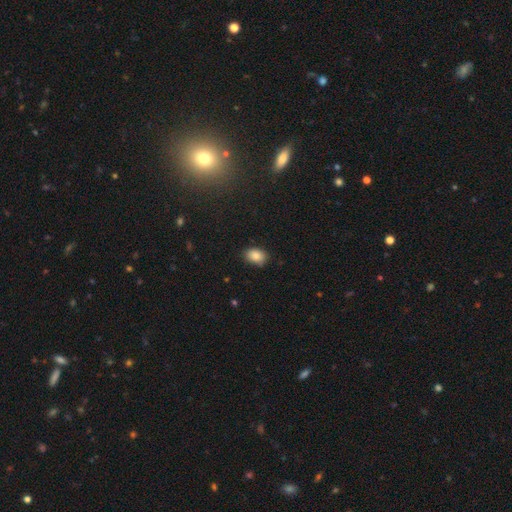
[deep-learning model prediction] smooth_or_featured: smooth (p=0.86) [alt: star or artifact p=0.09]
how_rounded: in between (p=0.78) [alt: round p=0.21]
merging: none (p=0.82) [alt: minor disturbance p=0.14]